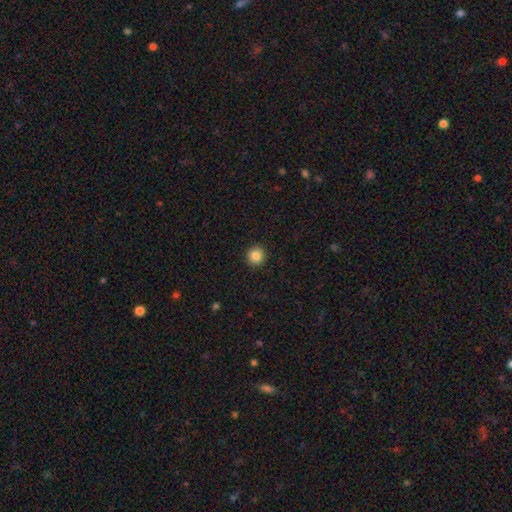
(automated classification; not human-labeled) A smooth galaxy with no disk features (85%) that is round (94%).

Vote fractions:
- Smooth or featured? smooth: 85% / star or artifact: 10% / featured or disk: 4%
- How rounded? round: 94% / in between: 5% / cigar-shaped: 1%
- Merging? none: 93% / minor disturbance: 5% / major disturbance: 2% / merger: 1%